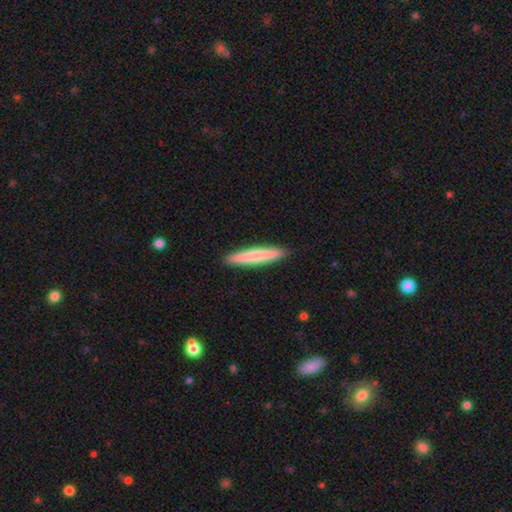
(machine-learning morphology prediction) A smooth galaxy with no disk features (71%) that is cigar-shaped (94%).

Vote fractions:
- Smooth or featured? smooth: 71% / featured or disk: 23% / star or artifact: 5%
- How rounded? cigar-shaped: 94% / in between: 5% / round: 1%
- Merging? none: 91% / minor disturbance: 6% / major disturbance: 1% / merger: 1%